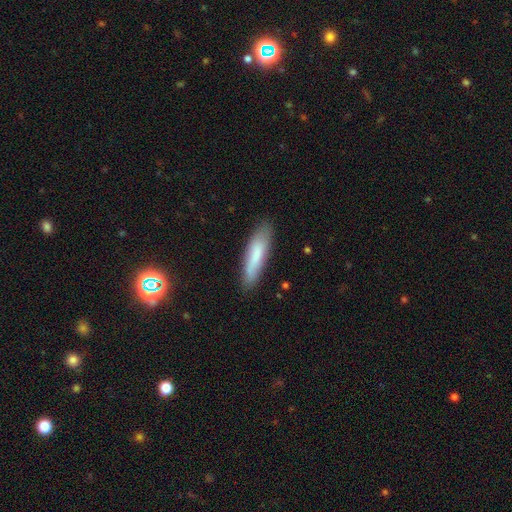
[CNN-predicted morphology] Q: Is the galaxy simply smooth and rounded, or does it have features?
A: smooth — 75%.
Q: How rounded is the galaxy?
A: cigar-shaped — 70%.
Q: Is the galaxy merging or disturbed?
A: none — 81%.